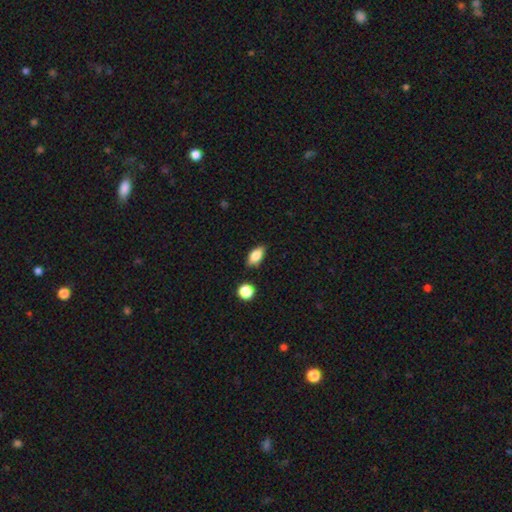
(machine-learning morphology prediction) smooth 78%, featured or disk 14%, star or artifact 8%. Down the decision tree: how rounded — in between (84%); merging — none (82%).